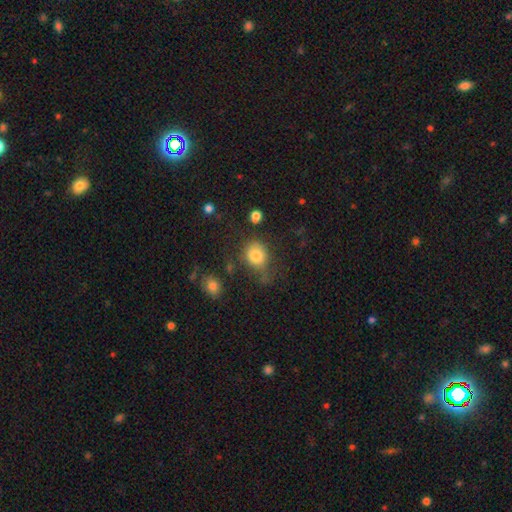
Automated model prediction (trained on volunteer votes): A smooth galaxy with no disk features (81%) that is round (57%).

Vote fractions:
- Smooth or featured? smooth: 81% / star or artifact: 11% / featured or disk: 8%
- How rounded? round: 57% / in between: 42% / cigar-shaped: 1%
- Merging? none: 52% / minor disturbance: 27% / major disturbance: 14% / merger: 7%